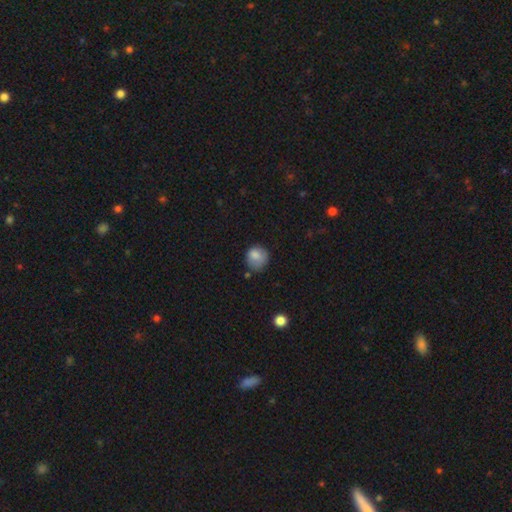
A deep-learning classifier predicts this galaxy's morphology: Smooth or featured: smooth — 80% (featured or disk — 11%)
How rounded: round — 80% (in between — 19%)
Merging: none — 59% (minor disturbance — 28%)